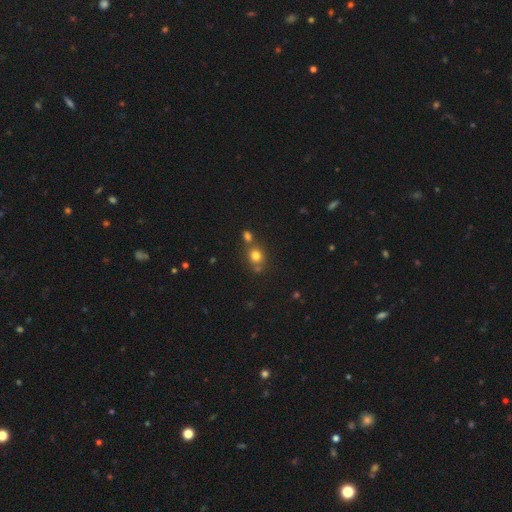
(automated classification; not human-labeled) Q: Smooth or featured?
A: smooth (77%); runner-up: star or artifact (15%)
Q: How rounded?
A: round (80%); runner-up: in between (19%)
Q: Merging?
A: none (61%); runner-up: merger (26%)